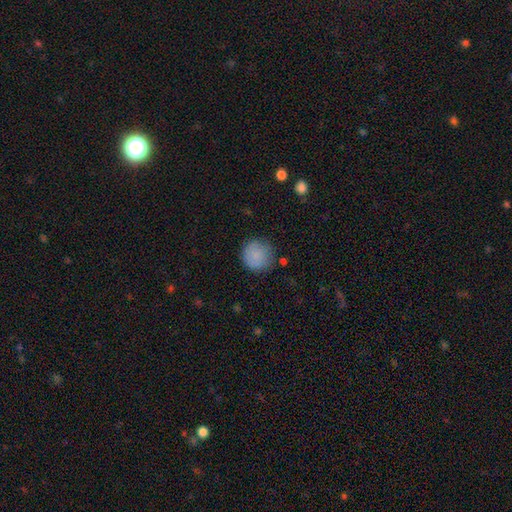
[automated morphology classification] Smooth or featured? Predicted: smooth (p=0.85). How rounded? Predicted: round (p=0.94). Merging? Predicted: none (p=0.80).